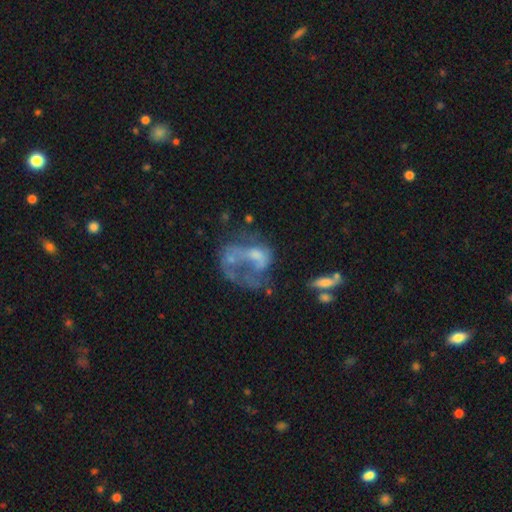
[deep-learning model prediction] Q: Smooth or featured?
A: featured or disk (61%); runner-up: smooth (26%)
Q: Edge-on disk?
A: no (97%); runner-up: yes (3%)
Q: Bar?
A: no (81%); runner-up: weak (15%)
Q: Spiral arms?
A: no (75%); runner-up: yes (25%)
Q: Bulge size?
A: none (44%); runner-up: small (26%)
Q: Merging?
A: major disturbance (43%); runner-up: merger (23%)